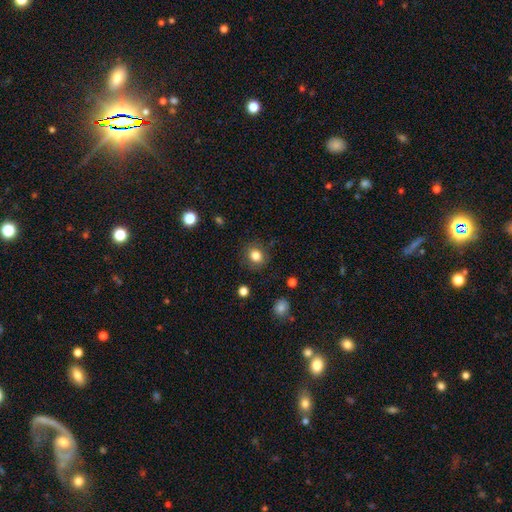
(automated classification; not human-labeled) A smooth galaxy with no disk features (82%) that is round (76%).

Vote fractions:
- Smooth or featured? smooth: 82% / star or artifact: 11% / featured or disk: 7%
- How rounded? round: 76% / in between: 23% / cigar-shaped: 1%
- Merging? none: 84% / minor disturbance: 11% / major disturbance: 4% / merger: 1%